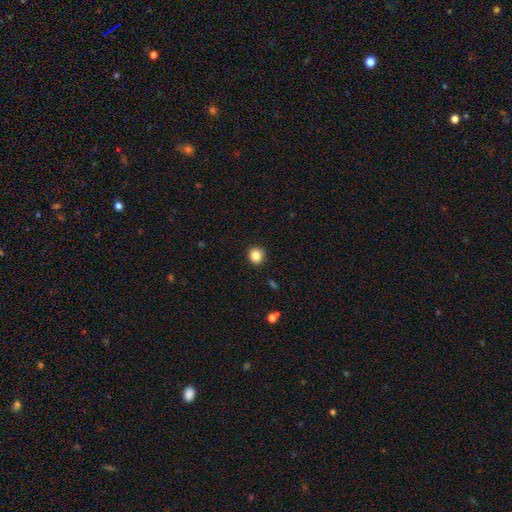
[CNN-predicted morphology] smooth_or_featured: smooth (p=0.85) [alt: star or artifact p=0.10]
how_rounded: round (p=0.92) [alt: in between p=0.07]
merging: none (p=0.92) [alt: minor disturbance p=0.06]